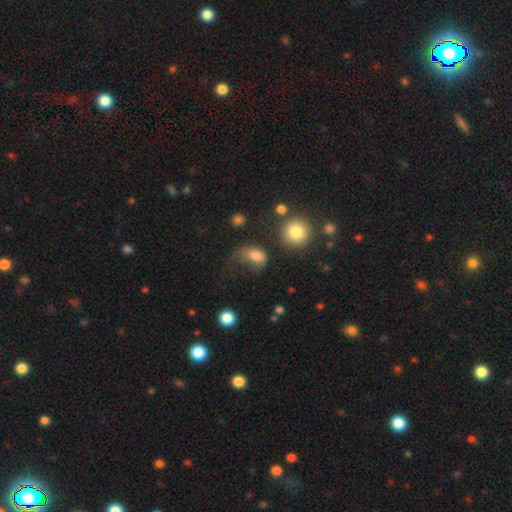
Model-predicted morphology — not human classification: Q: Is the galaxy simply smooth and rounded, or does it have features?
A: smooth — 77%.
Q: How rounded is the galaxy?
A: in between — 68%.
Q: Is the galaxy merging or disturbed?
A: major disturbance — 47%.